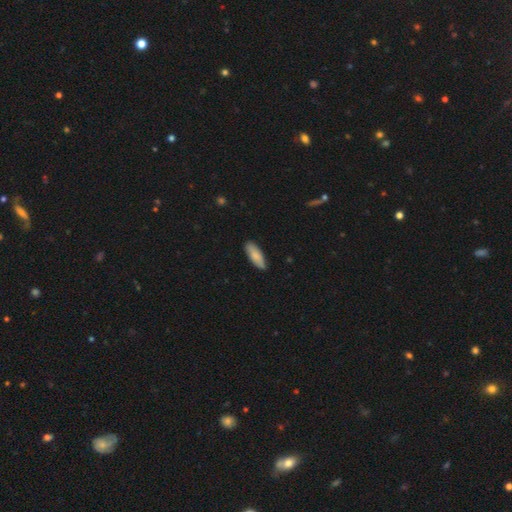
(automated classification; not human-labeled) Smooth or featured?
  - smooth: 83% *
  - featured or disk: 12%
  - star or artifact: 6%
How rounded?
  - in between: 66% *
  - cigar-shaped: 32%
  - round: 2%
Merging?
  - none: 84% *
  - minor disturbance: 13%
  - major disturbance: 2%
  - merger: 1%